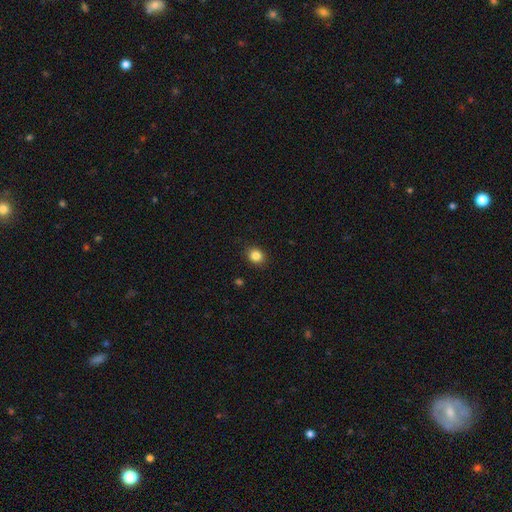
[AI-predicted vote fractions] Smooth or featured? Predicted: smooth (p=0.84). How rounded? Predicted: round (p=0.71). Merging? Predicted: none (p=0.89).